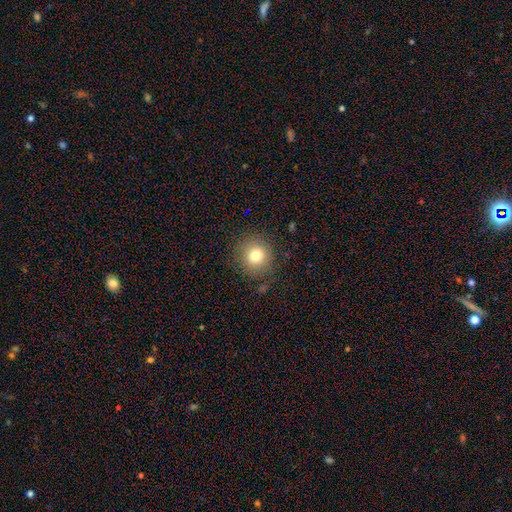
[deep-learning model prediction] Morphology: type=smooth (78%); roundness=round (91%); merging=none (86%).